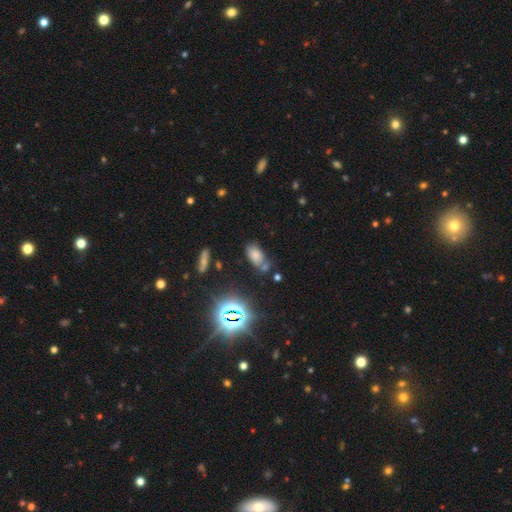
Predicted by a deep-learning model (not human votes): This is likely a smooth galaxy (64%). How rounded: clearly in between (87%). Merging: possibly none (49%).